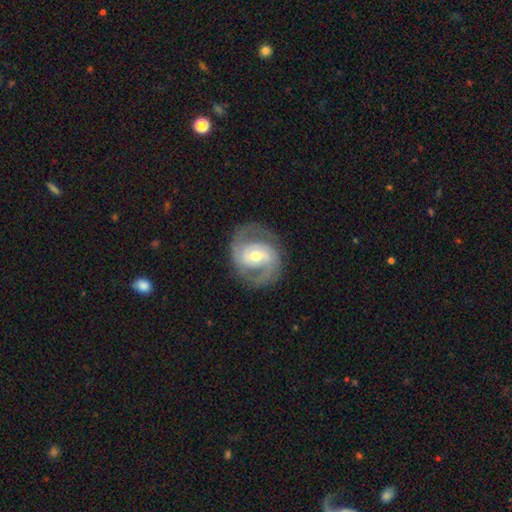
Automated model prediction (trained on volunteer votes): Smooth or featured? Predicted: featured or disk (p=0.87). Edge-on disk? Predicted: no (p=0.98). Bar? Predicted: weak (p=0.45). Spiral arms? Predicted: yes (p=0.96). Spiral winding? Predicted: medium (p=0.50). Spiral arm count? Predicted: 2 (p=0.85). Bulge size? Predicted: moderate (p=0.62). Merging? Predicted: none (p=0.78).